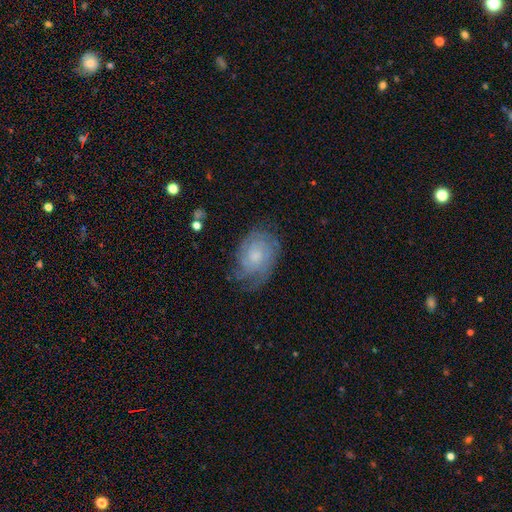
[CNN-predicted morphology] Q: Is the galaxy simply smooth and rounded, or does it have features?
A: featured or disk — 65%.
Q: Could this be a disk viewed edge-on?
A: no — 96%.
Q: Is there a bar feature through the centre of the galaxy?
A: no — 78%.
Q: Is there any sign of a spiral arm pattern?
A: yes — 88%.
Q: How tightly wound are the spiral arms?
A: tight — 63%.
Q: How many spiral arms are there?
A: can't tell — 51%.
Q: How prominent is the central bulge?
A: small — 44%.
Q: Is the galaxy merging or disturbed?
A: none — 66%.